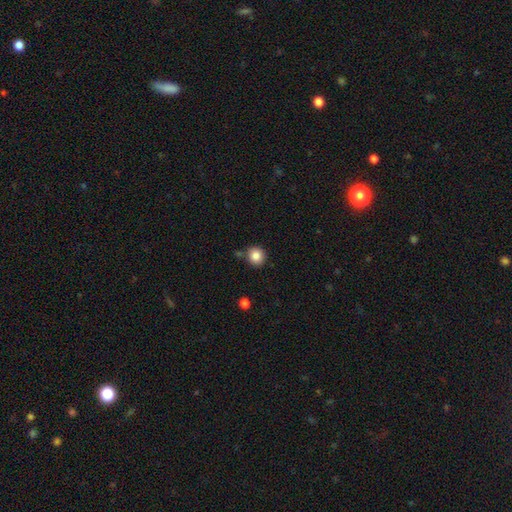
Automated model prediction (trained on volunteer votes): Smooth or featured?
  - smooth: 85% *
  - star or artifact: 10%
  - featured or disk: 5%
How rounded?
  - round: 91% *
  - in between: 8%
  - cigar-shaped: 1%
Merging?
  - none: 82% *
  - minor disturbance: 9%
  - merger: 6%
  - major disturbance: 2%